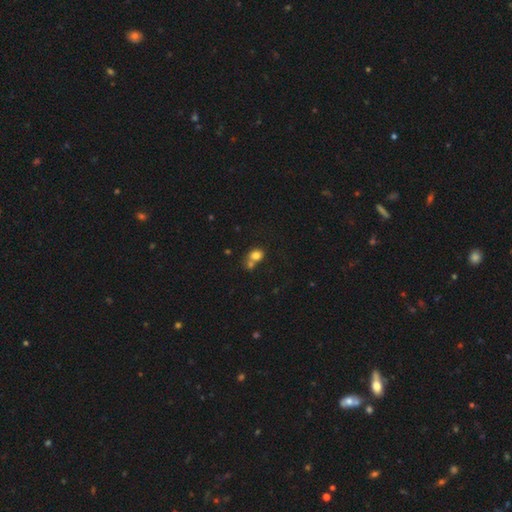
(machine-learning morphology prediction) smooth 78%, star or artifact 11%, featured or disk 11%. Down the decision tree: how rounded — round (64%); merging — merger (46%).